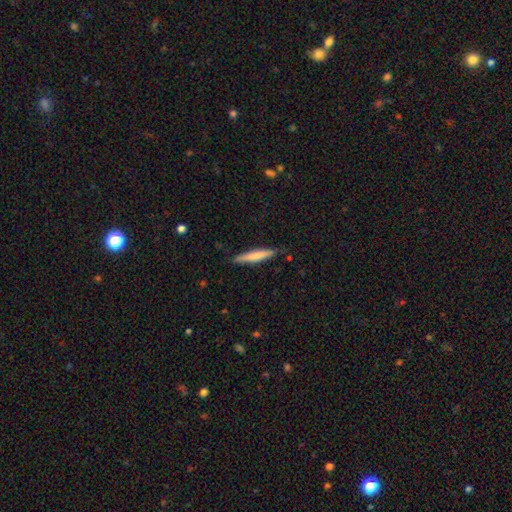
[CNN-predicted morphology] A smooth galaxy with no disk features (69%) that is cigar-shaped (93%).

Vote fractions:
- Smooth or featured? smooth: 69% / featured or disk: 25% / star or artifact: 5%
- How rounded? cigar-shaped: 93% / in between: 5% / round: 1%
- Merging? none: 85% / minor disturbance: 11% / major disturbance: 2% / merger: 1%